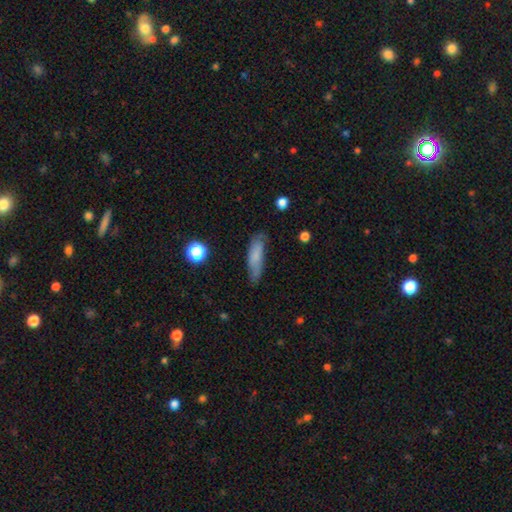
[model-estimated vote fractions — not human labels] smooth-or-featured: smooth: 73% | featured or disk: 19% | star or artifact: 8%
  how-rounded: cigar-shaped: 58% | in between: 40% | round: 2%
  merging: none: 67% | minor disturbance: 25% | major disturbance: 7% | merger: 2%